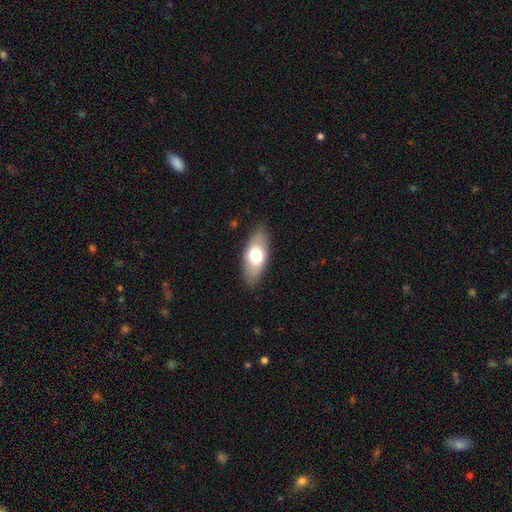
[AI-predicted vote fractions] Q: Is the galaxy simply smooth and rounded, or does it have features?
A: smooth — 67%.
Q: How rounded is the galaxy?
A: in between — 86%.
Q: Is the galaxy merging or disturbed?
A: none — 85%.